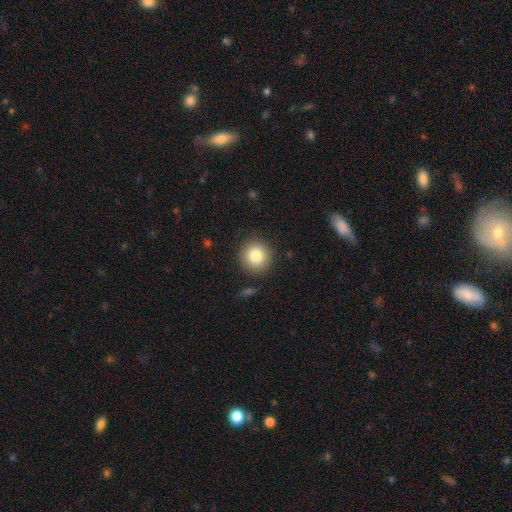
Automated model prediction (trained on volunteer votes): The model was most divided on "smooth or featured": smooth: 83%, star or artifact: 9%, featured or disk: 8%. More confident: how rounded — round (93%); merging — none (89%).